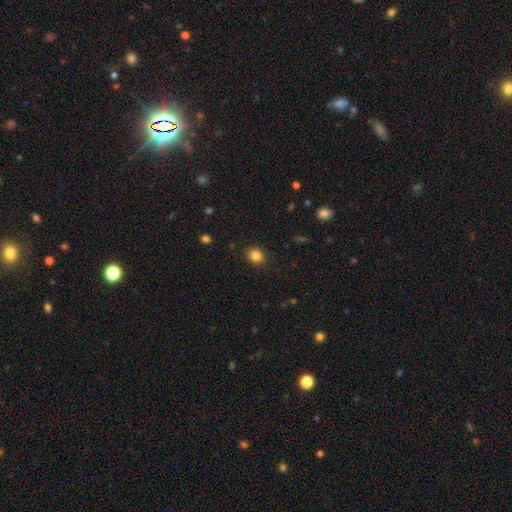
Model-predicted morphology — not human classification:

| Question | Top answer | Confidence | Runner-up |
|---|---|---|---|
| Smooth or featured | smooth | 84% | star or artifact (11%) |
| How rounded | round | 72% | in between (27%) |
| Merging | none | 90% | minor disturbance (7%) |